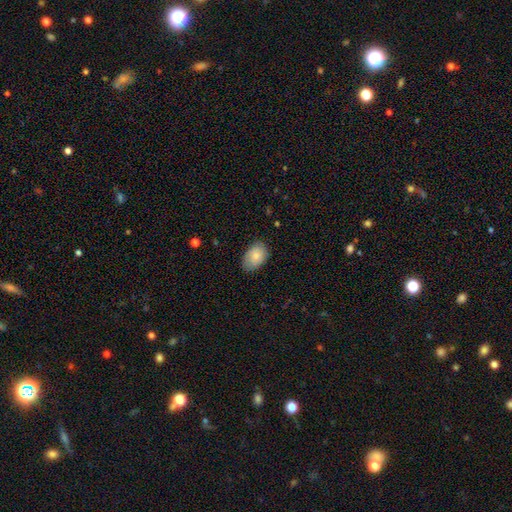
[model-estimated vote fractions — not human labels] Smooth or featured? smooth (79%)
How rounded? in between (87%)
Merging? none (77%)